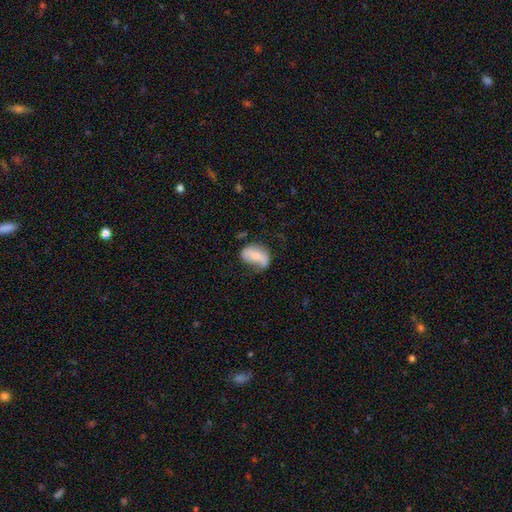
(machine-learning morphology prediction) smooth-or-featured: smooth: 59% | featured or disk: 34% | star or artifact: 8%
  how-rounded: in between: 85% | round: 12% | cigar-shaped: 3%
  merging: none: 38% | minor disturbance: 35% | major disturbance: 22% | merger: 5%